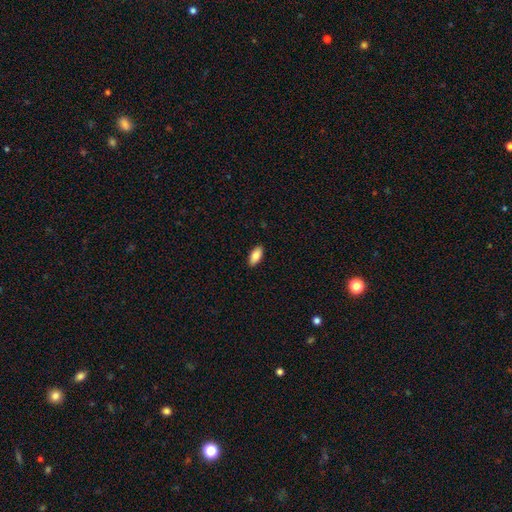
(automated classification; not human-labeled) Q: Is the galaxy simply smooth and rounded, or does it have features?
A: smooth — 86%.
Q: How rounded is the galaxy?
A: in between — 91%.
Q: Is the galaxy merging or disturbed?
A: none — 90%.